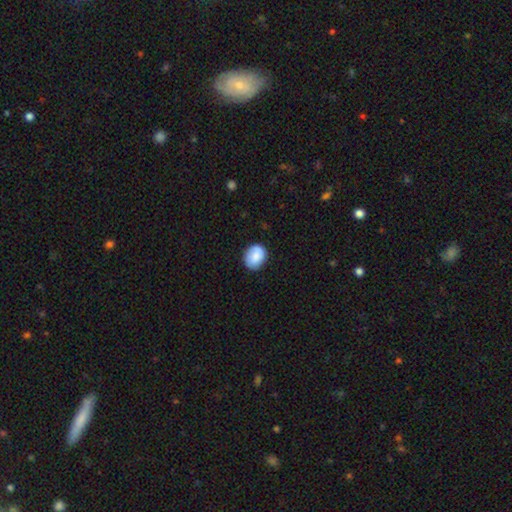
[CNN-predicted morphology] Smooth or featured? smooth (84%)
How rounded? round (52%)
Merging? none (82%)